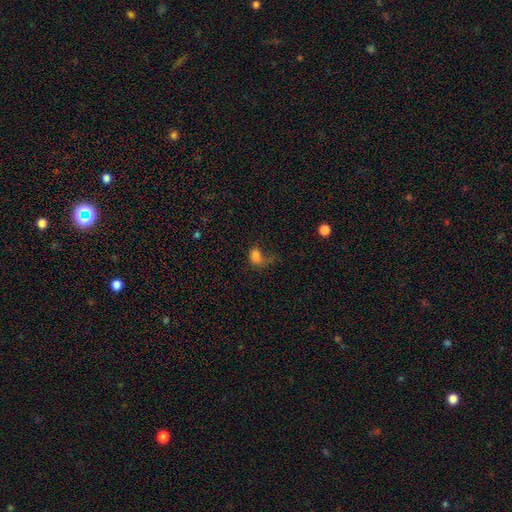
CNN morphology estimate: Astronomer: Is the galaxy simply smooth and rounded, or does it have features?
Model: smooth — 71%.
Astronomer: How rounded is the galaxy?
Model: in between — 72%.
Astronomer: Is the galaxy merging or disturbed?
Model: major disturbance — 46% (runner-up: none, 24%).